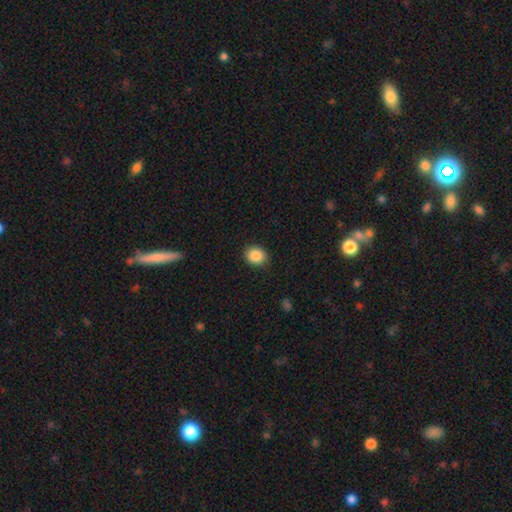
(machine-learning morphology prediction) Q: Smooth or featured?
A: smooth (87%); runner-up: star or artifact (9%)
Q: How rounded?
A: round (69%); runner-up: in between (31%)
Q: Merging?
A: none (90%); runner-up: minor disturbance (7%)